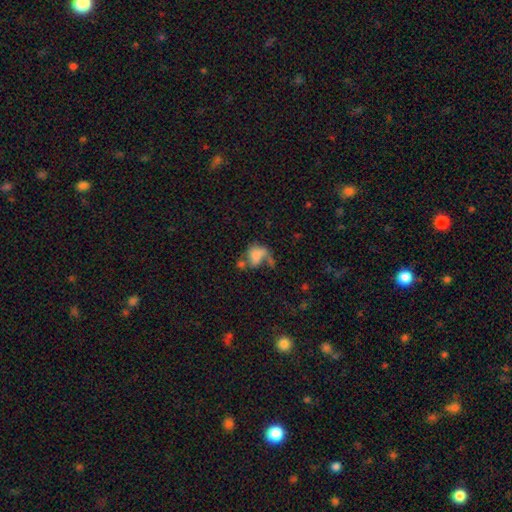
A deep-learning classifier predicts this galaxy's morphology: A smooth galaxy with no disk features (59%) that is in between round and cigar-shaped (68%).

Vote fractions:
- Smooth or featured? smooth: 59% / featured or disk: 29% / star or artifact: 12%
- How rounded? in between: 68% / round: 30% / cigar-shaped: 2%
- Merging? major disturbance: 34% / merger: 27% / none: 22% / minor disturbance: 17%